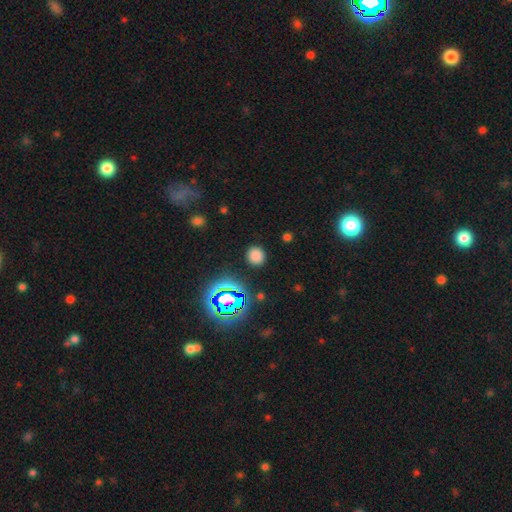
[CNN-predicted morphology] Smooth or featured: smooth — 74% (star or artifact — 20%)
How rounded: round — 82% (in between — 17%)
Merging: none — 88% (minor disturbance — 8%)